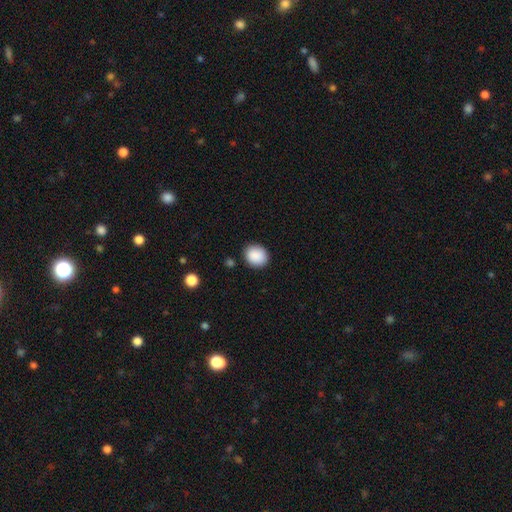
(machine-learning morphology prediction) type=smooth (89%); roundness=round (67%); merging=none (87%).